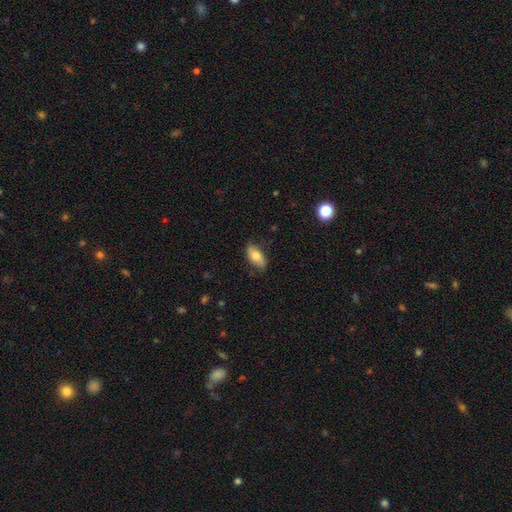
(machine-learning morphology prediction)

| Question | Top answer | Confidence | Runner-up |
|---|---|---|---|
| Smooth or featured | smooth | 72% | featured or disk (21%) |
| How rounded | in between | 91% | cigar-shaped (6%) |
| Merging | none | 79% | minor disturbance (17%) |